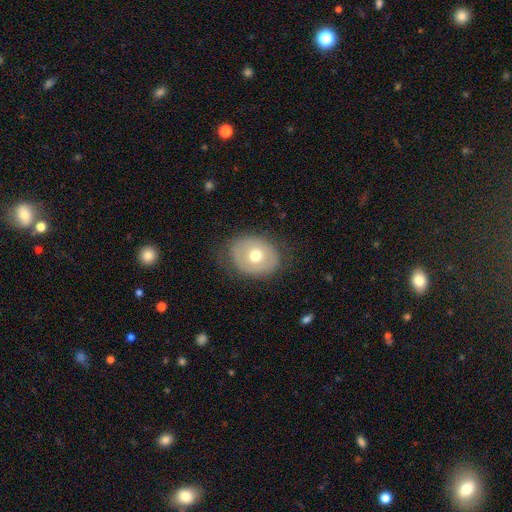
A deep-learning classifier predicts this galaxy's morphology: Overall: smooth (61%; featured or disk 31%). How rounded: round (53%; in between 46%). Merging: none (74%).